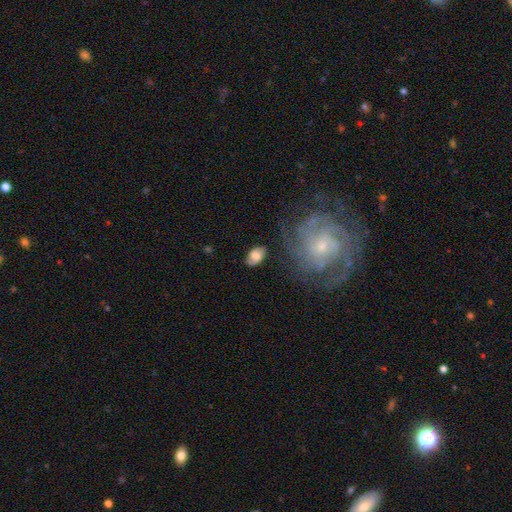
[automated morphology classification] A smooth galaxy with no disk features (67%) that is in between round and cigar-shaped (87%).

Vote fractions:
- Smooth or featured? smooth: 67% / featured or disk: 24% / star or artifact: 8%
- How rounded? in between: 87% / round: 11% / cigar-shaped: 2%
- Merging? none: 68% / minor disturbance: 20% / major disturbance: 8% / merger: 5%